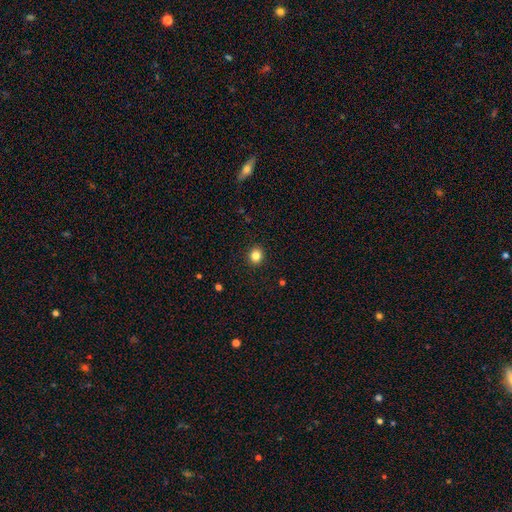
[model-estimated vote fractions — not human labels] The model was most divided on "how rounded": round: 78%, in between: 22%, cigar-shaped: 1%. More confident: merging — none (92%); smooth or featured — smooth (84%).